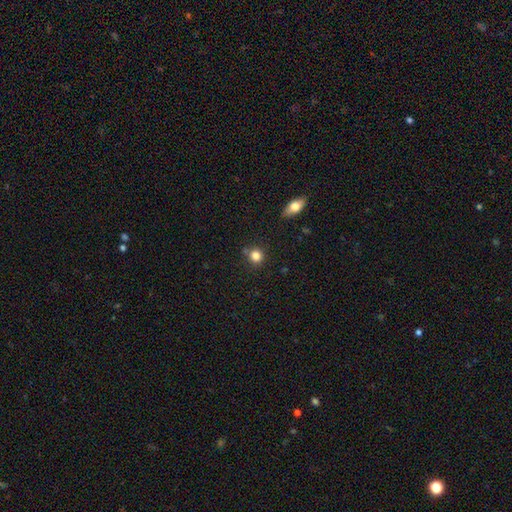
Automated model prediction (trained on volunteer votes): Smooth or featured? smooth (83%)
How rounded? round (89%)
Merging? none (76%)